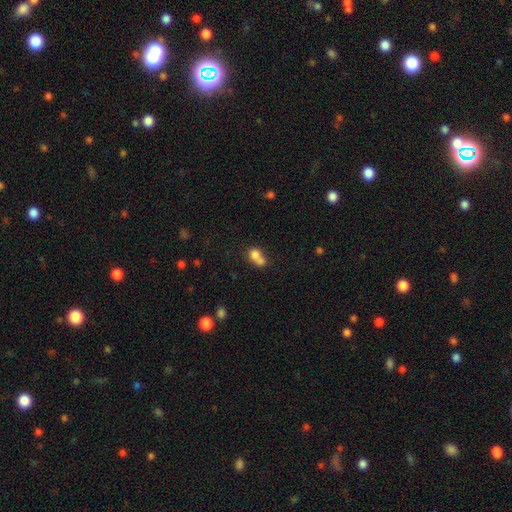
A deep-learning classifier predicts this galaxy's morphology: smooth-or-featured: smooth: 74% | featured or disk: 15% | star or artifact: 11%
  how-rounded: round: 60% | in between: 39% | cigar-shaped: 2%
  merging: merger: 64% | none: 24% | minor disturbance: 7% | major disturbance: 4%